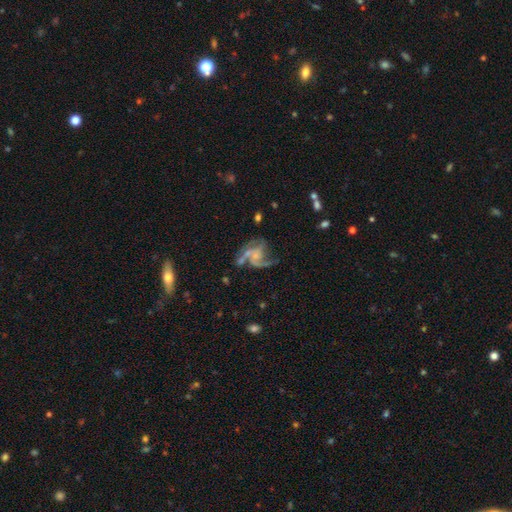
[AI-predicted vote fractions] The model was most divided on "spiral arm count": 2: 40%, 3: 33%, can't tell: 10%, 1: 7%, 4: 5%, more than 4: 4%. Remaining: edge-on disk — no (98%); spiral arms — yes (94%); smooth or featured — featured or disk (83%); bar — no (69%); bulge size — small (56%); spiral winding — medium (47%); merging — none (41%).